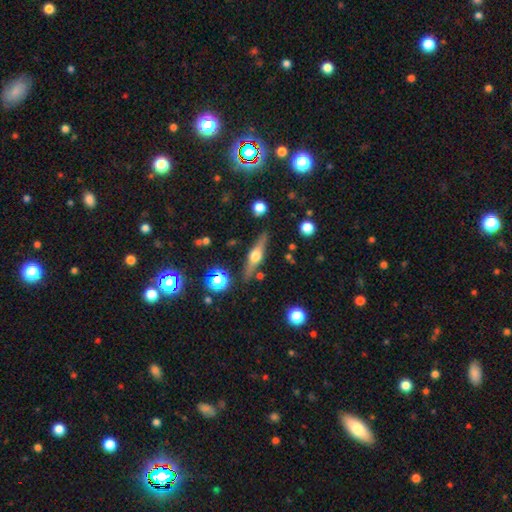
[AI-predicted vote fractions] A featured or disk galaxy (65%) viewed edge-on (95%) with a rounded central bulge (94%).

Vote fractions:
- Smooth or featured? featured or disk: 65% / smooth: 27% / star or artifact: 7%
- Edge-on disk? yes: 95% / no: 5%
- Edge-on bulge? rounded: 94% / boxy: 4% / none: 2%
- Merging? none: 83% / minor disturbance: 10% / merger: 4% / major disturbance: 2%